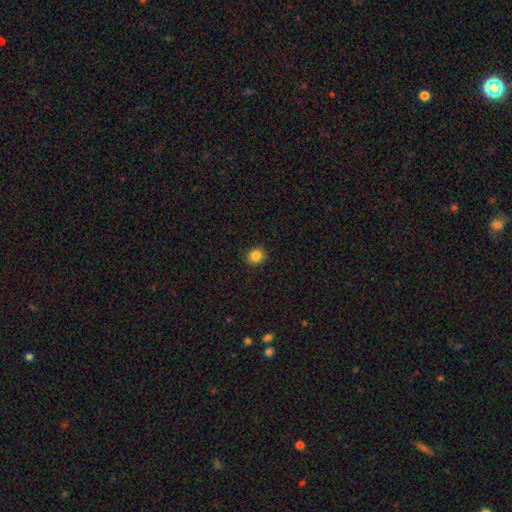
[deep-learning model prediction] smooth-or-featured: smooth: 85% | star or artifact: 11% | featured or disk: 4%
  how-rounded: round: 87% | in between: 12% | cigar-shaped: 1%
  merging: none: 91% | minor disturbance: 7% | major disturbance: 2% | merger: 1%